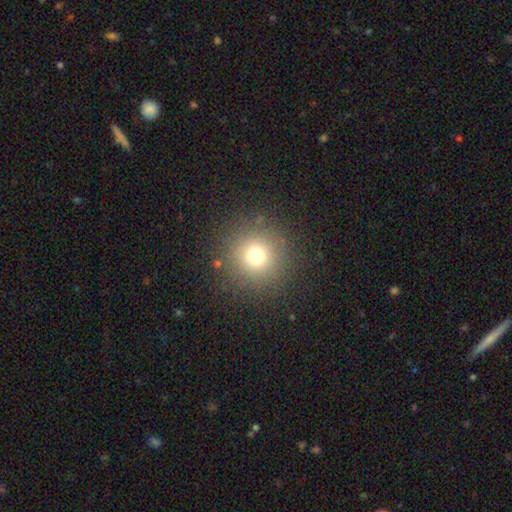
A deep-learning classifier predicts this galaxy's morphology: smooth_or_featured: smooth (p=0.72) [alt: star or artifact p=0.19]
how_rounded: round (p=0.95) [alt: in between p=0.04]
merging: none (p=0.88) [alt: minor disturbance p=0.07]